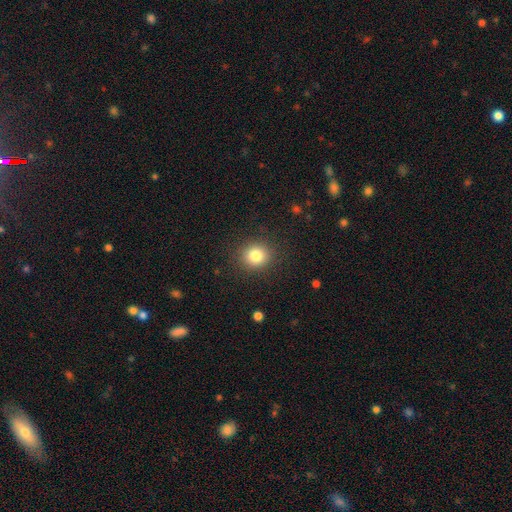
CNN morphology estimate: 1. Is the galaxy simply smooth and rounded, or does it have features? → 82% smooth, 11% star or artifact, 7% featured or disk.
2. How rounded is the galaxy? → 85% round, 14% in between, 1% cigar-shaped.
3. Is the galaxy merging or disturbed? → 89% none, 7% minor disturbance, 3% major disturbance, 1% merger.